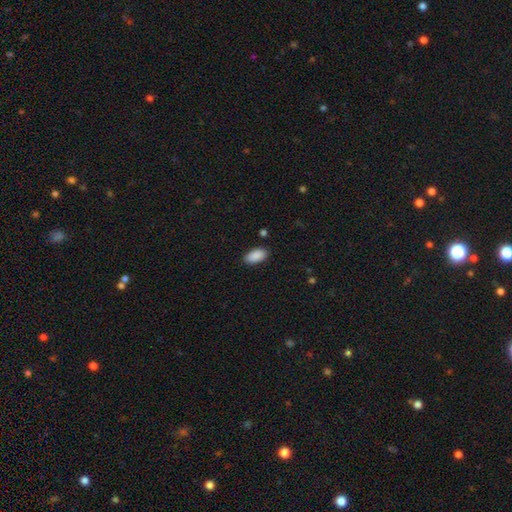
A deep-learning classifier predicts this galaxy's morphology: A smooth galaxy with no disk features (90%) that is in between round and cigar-shaped (94%).

Vote fractions:
- Smooth or featured? smooth: 90% / star or artifact: 7% / featured or disk: 3%
- How rounded? in between: 94% / cigar-shaped: 4% / round: 2%
- Merging? none: 87% / minor disturbance: 9% / major disturbance: 2% / merger: 1%